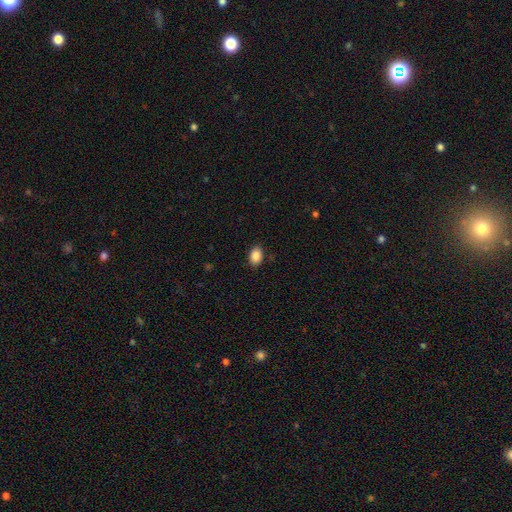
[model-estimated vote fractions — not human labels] A smooth galaxy with no disk features (88%) that is in between round and cigar-shaped (82%).

Vote fractions:
- Smooth or featured? smooth: 88% / star or artifact: 8% / featured or disk: 3%
- How rounded? in between: 82% / round: 16% / cigar-shaped: 1%
- Merging? none: 88% / minor disturbance: 8% / major disturbance: 2% / merger: 1%